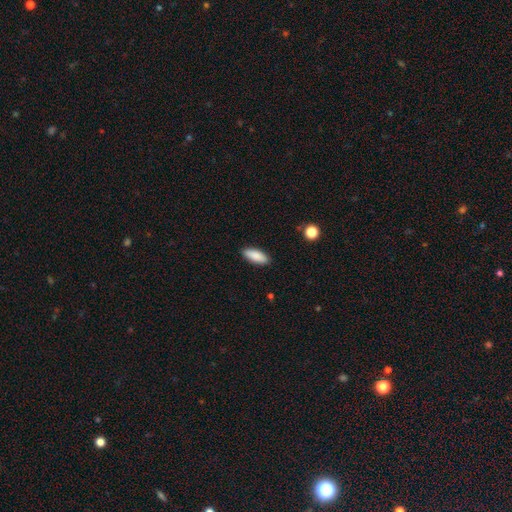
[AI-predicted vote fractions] Smooth or featured? smooth (88%)
How rounded? in between (73%)
Merging? none (89%)